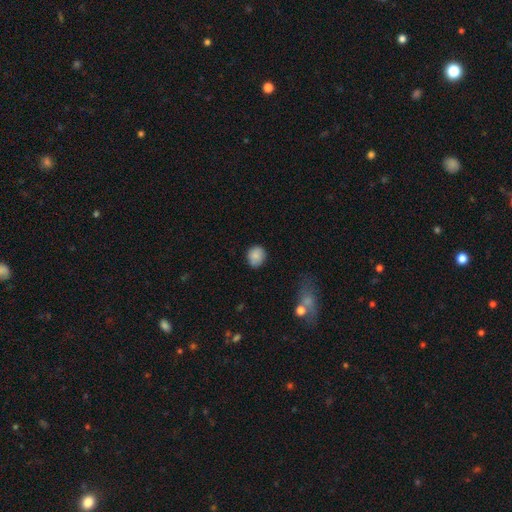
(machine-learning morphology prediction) This appears to be a smooth galaxy with no disk features (85%) that is round (77%). Merging: none (80%).